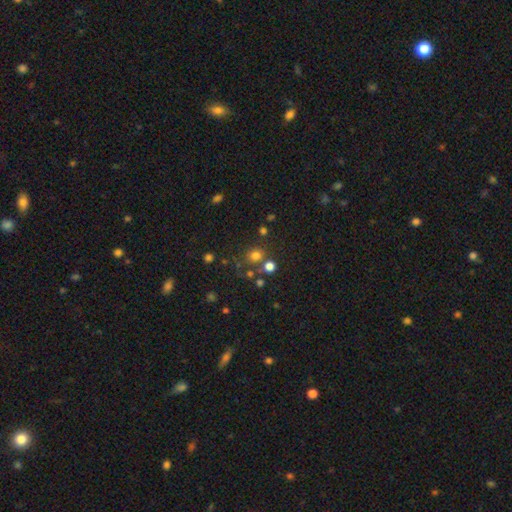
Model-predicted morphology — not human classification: smooth_or_featured: smooth (p=0.73) [alt: star or artifact p=0.20]
how_rounded: round (p=0.78) [alt: in between p=0.21]
merging: none (p=0.70) [alt: merger p=0.14]